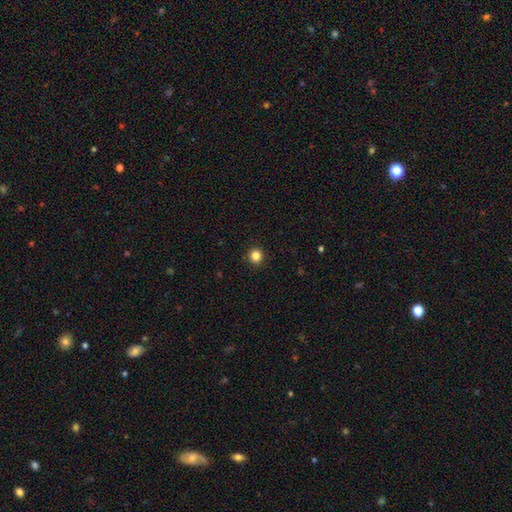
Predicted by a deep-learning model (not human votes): This appears to be a smooth galaxy with no disk features (84%) that is round (94%). Merging: none (93%).